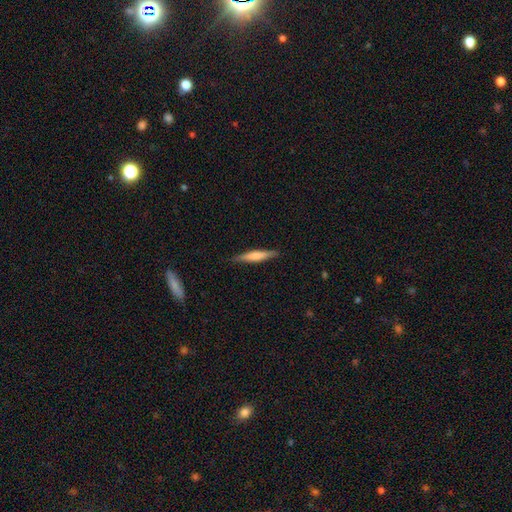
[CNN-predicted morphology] Smooth or featured: smooth — 54% (featured or disk — 40%)
How rounded: cigar-shaped — 89% (in between — 9%)
Merging: none — 88% (minor disturbance — 9%)